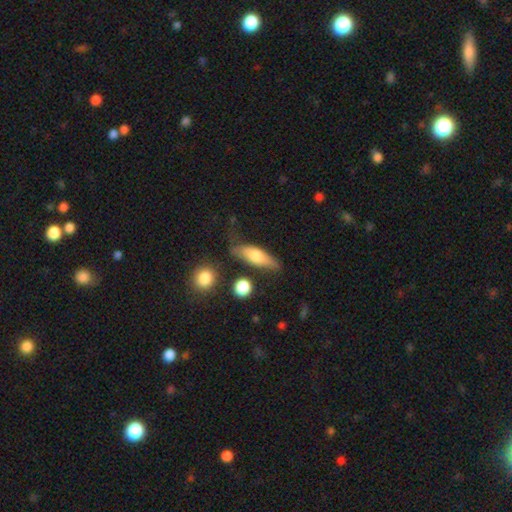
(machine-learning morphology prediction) smooth_or_featured: smooth (p=0.61) [alt: featured or disk p=0.33]
how_rounded: in between (p=0.58) [alt: cigar-shaped p=0.38]
merging: none (p=0.61) [alt: minor disturbance p=0.25]